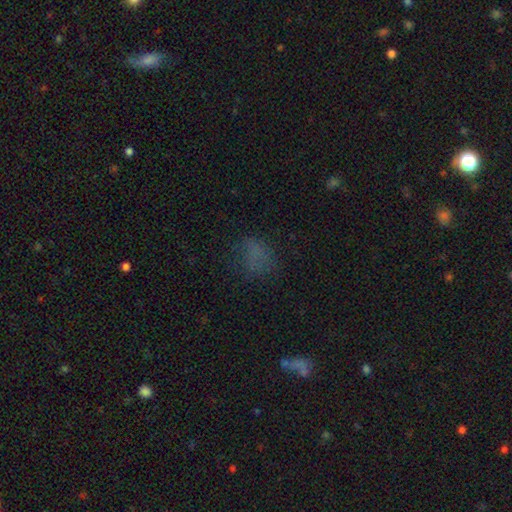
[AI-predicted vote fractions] Overall: smooth (58%; star or artifact 27%). How rounded: in between (58%; round 39%). Merging: none (58%; minor disturbance 21%).